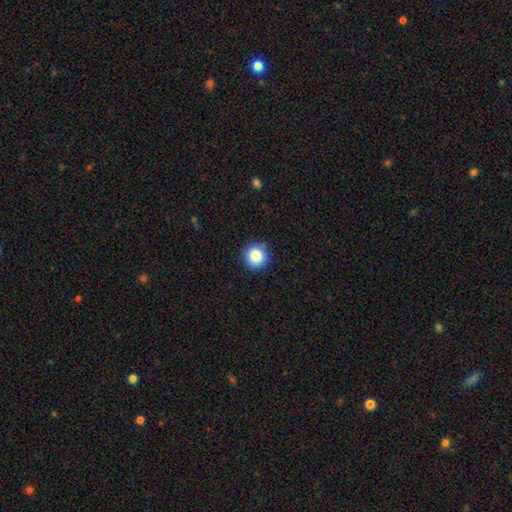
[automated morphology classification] type=smooth (87%); roundness=round (94%); merging=none (88%).